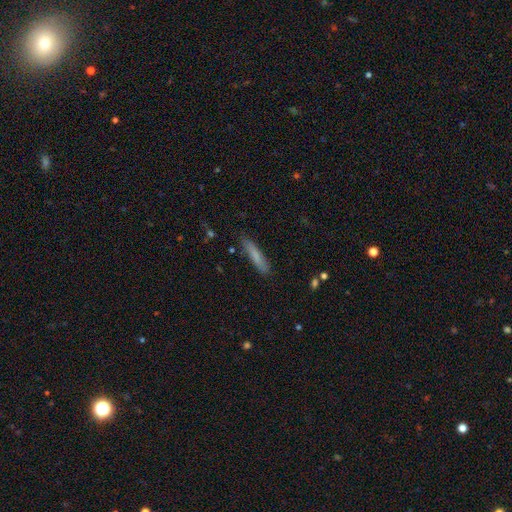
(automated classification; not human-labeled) A smooth galaxy with no disk features (75%) that is cigar-shaped (89%).

Vote fractions:
- Smooth or featured? smooth: 75% / featured or disk: 18% / star or artifact: 7%
- How rounded? cigar-shaped: 89% / in between: 9% / round: 1%
- Merging? none: 84% / minor disturbance: 12% / major disturbance: 2% / merger: 2%